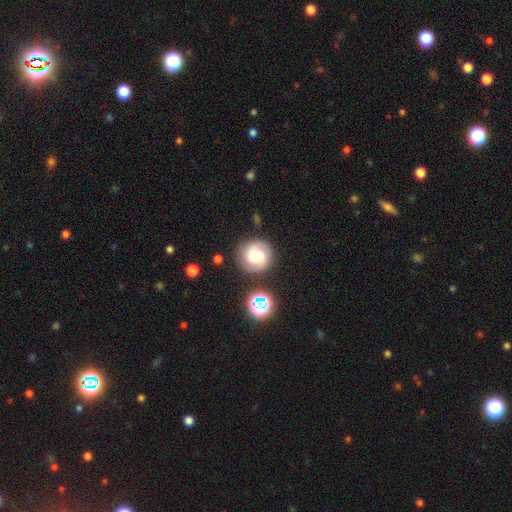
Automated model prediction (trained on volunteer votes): featured or disk 57%, smooth 33%, star or artifact 10%. Down the decision tree: edge-on disk — no (98%); bar — no (55%); spiral arms — yes (92%); spiral arm count — 2 (66%); spiral winding — tight (49%); bulge size — moderate (32%); merging — none (79%).